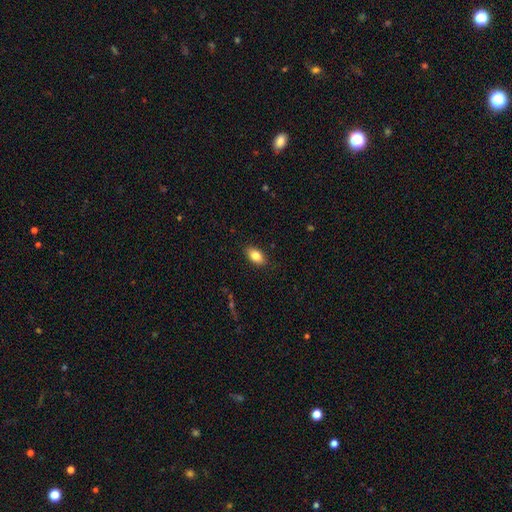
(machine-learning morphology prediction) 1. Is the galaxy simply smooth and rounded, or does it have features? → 83% smooth, 9% featured or disk, 8% star or artifact.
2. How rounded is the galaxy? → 90% in between, 7% round, 3% cigar-shaped.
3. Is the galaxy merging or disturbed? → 87% none, 10% minor disturbance, 2% major disturbance, 1% merger.